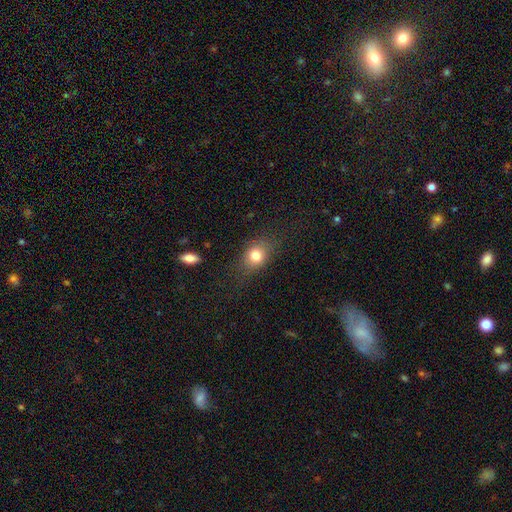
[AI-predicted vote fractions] Smooth or featured?
  - smooth: 78% *
  - featured or disk: 11%
  - star or artifact: 11%
How rounded?
  - in between: 52% *
  - round: 46%
  - cigar-shaped: 2%
Merging?
  - none: 75% *
  - minor disturbance: 16%
  - major disturbance: 7%
  - merger: 1%